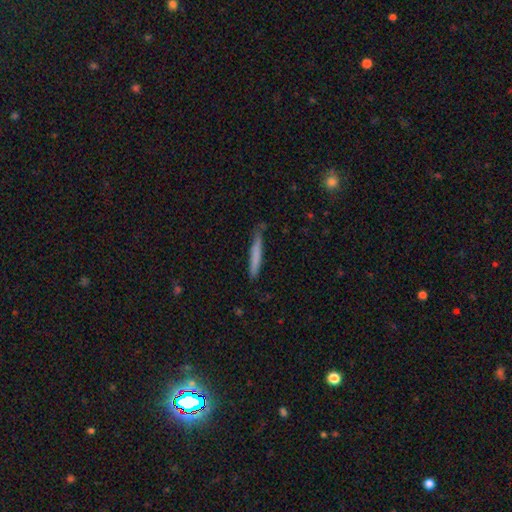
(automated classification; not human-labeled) The model was most divided on "smooth or featured": smooth: 70%, featured or disk: 24%, star or artifact: 6%. More confident: how rounded — cigar-shaped (96%); merging — none (76%).